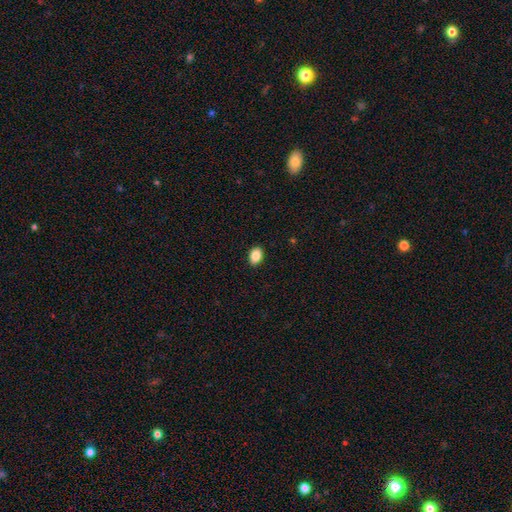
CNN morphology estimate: smooth-or-featured: smooth: 87% | star or artifact: 8% | featured or disk: 4%
  how-rounded: in between: 80% | round: 19% | cigar-shaped: 1%
  merging: none: 90% | minor disturbance: 7% | major disturbance: 2% | merger: 1%